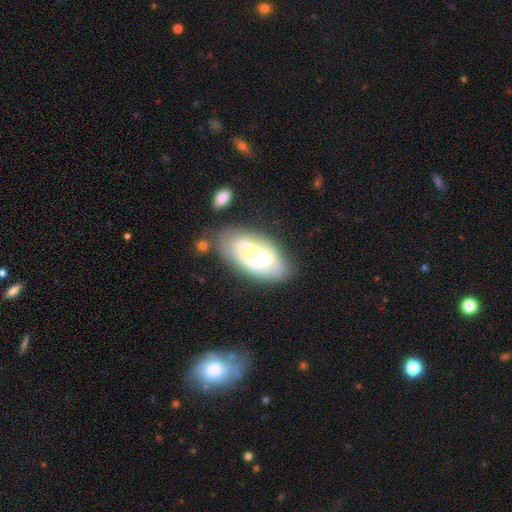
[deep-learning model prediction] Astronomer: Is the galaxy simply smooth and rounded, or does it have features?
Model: featured or disk — 66%.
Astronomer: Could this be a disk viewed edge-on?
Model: no — 93%.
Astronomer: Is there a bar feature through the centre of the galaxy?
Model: no — 57%.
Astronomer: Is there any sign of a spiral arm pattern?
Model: yes — 73%.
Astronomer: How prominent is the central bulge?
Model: moderate — 36% (runner-up: small, 32%).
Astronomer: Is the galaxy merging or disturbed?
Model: none — 53%.